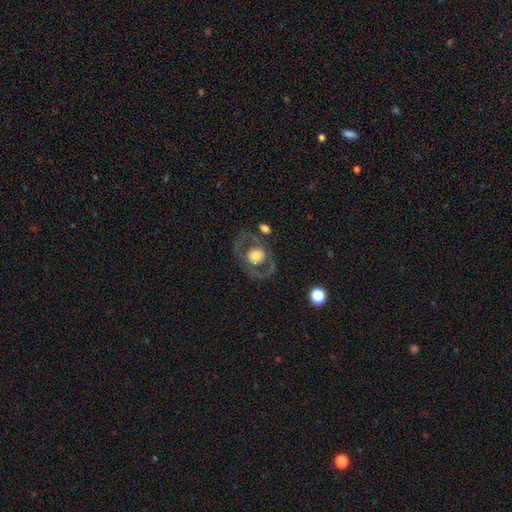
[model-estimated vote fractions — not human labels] Overall: featured or disk (59%; smooth 34%). Edge-on disk: no (93%). Bar: no (84%). Spiral arms: no (73%). Bulge size: moderate (44%; large 40%). Merging: none (69%).